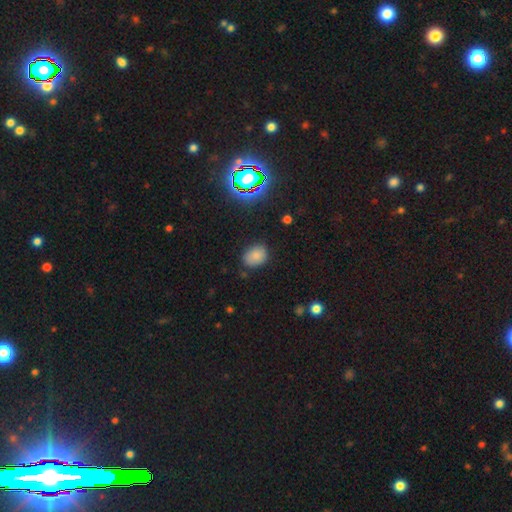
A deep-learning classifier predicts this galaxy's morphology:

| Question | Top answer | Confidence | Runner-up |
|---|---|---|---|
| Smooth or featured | smooth | 77% | star or artifact (15%) |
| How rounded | in between | 56% | round (43%) |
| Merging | none | 80% | minor disturbance (15%) |